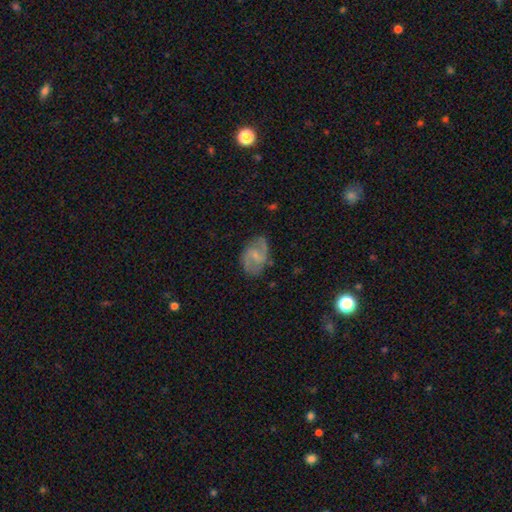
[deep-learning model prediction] featured or disk 76%, smooth 17%, star or artifact 6%. Down the decision tree: edge-on disk — no (97%); bar — weak (55%); spiral arms — yes (93%); spiral arm count — 2 (88%); spiral winding — medium (53%); bulge size — small (56%); merging — none (76%).